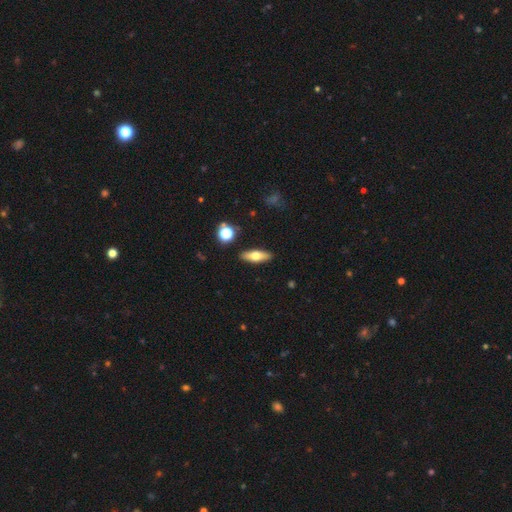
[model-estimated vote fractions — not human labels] Q: Smooth or featured?
A: smooth (58%); runner-up: featured or disk (34%)
Q: How rounded?
A: in between (55%); runner-up: cigar-shaped (41%)
Q: Merging?
A: none (88%); runner-up: minor disturbance (8%)